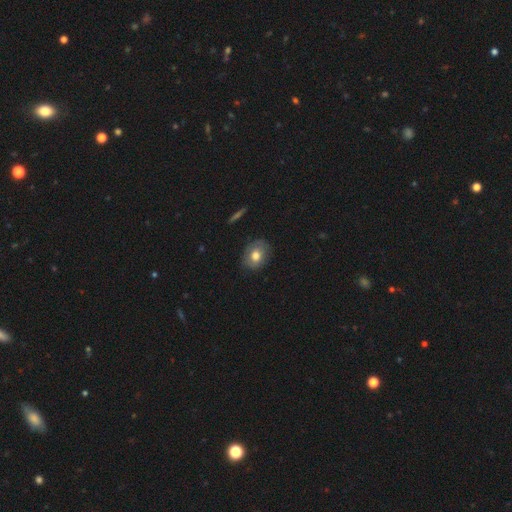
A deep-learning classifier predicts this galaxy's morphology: A smooth galaxy with no disk features (69%) that is in between round and cigar-shaped (55%). Merging: none (81%).